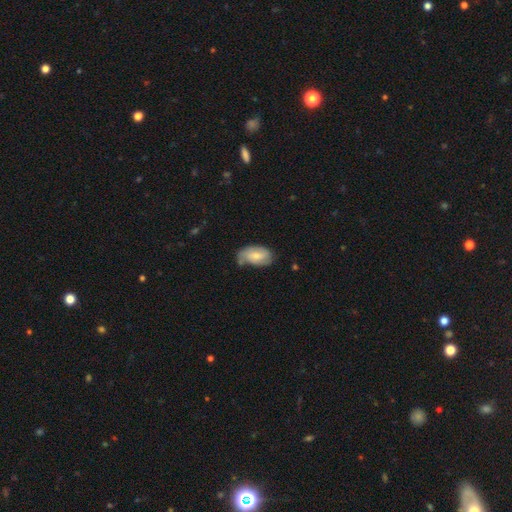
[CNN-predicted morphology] This appears to be a smooth galaxy with no disk features (64%) that is in between round and cigar-shaped (93%). Merging: none (50%).